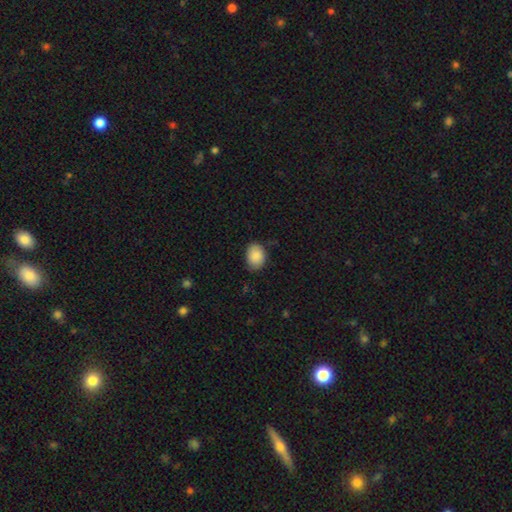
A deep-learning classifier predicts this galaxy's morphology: A smooth galaxy with no disk features (88%) that is in between round and cigar-shaped (66%). Merging: none (77%).